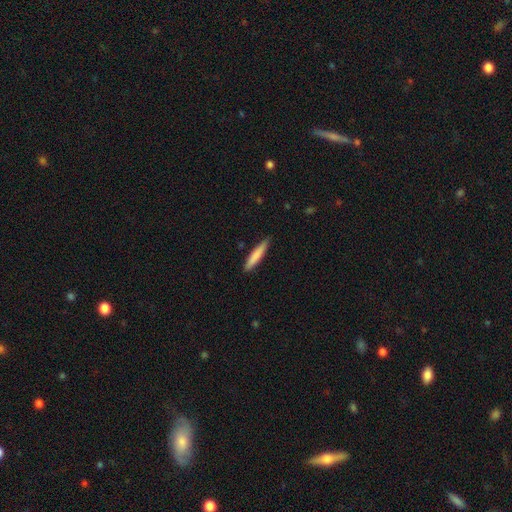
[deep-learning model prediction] Overall: smooth (79%). How rounded: cigar-shaped (91%). Merging: none (85%).